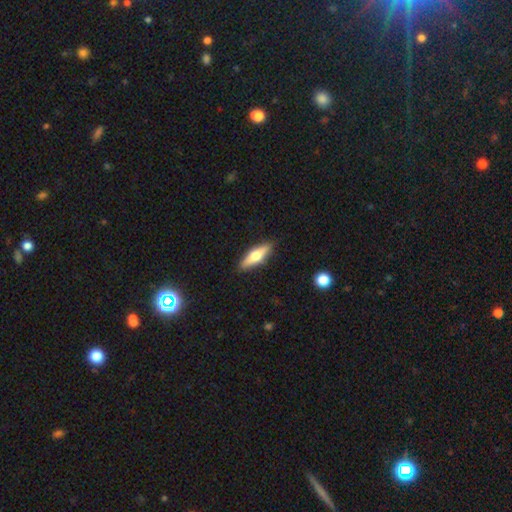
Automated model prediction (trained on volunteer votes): A smooth galaxy with no disk features (52%) that is cigar-shaped (57%). Merging: none (89%).